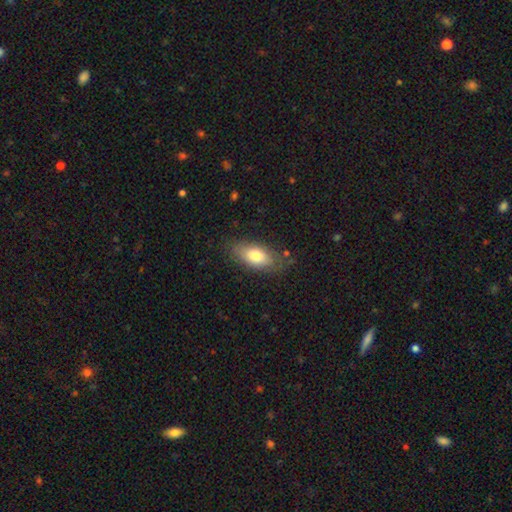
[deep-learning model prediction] smooth_or_featured: smooth (p=0.73) [alt: featured or disk p=0.21]
how_rounded: in between (p=0.87) [alt: cigar-shaped p=0.09]
merging: none (p=0.73) [alt: minor disturbance p=0.19]